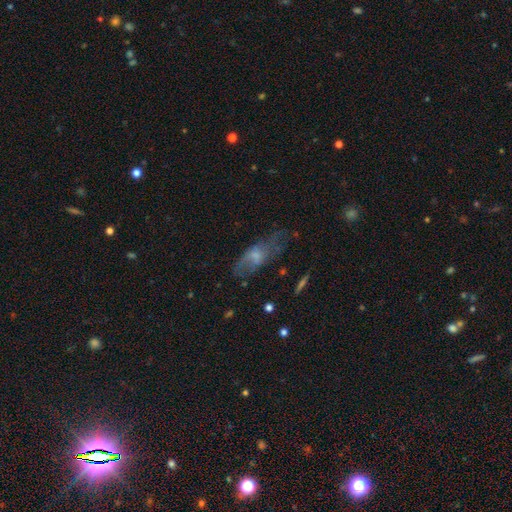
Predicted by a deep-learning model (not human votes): A featured or disk galaxy (45%).

Vote fractions:
- Smooth or featured? featured or disk: 45% / smooth: 44% / star or artifact: 12%
- Merging? none: 51% / minor disturbance: 27% / major disturbance: 19% / merger: 3%